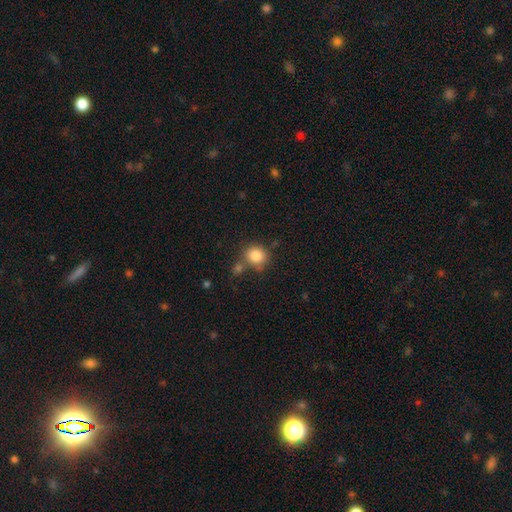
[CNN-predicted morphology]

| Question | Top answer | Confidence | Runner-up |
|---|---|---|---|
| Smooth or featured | smooth | 84% | star or artifact (10%) |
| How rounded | round | 84% | in between (15%) |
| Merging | none | 66% | merger (17%) |